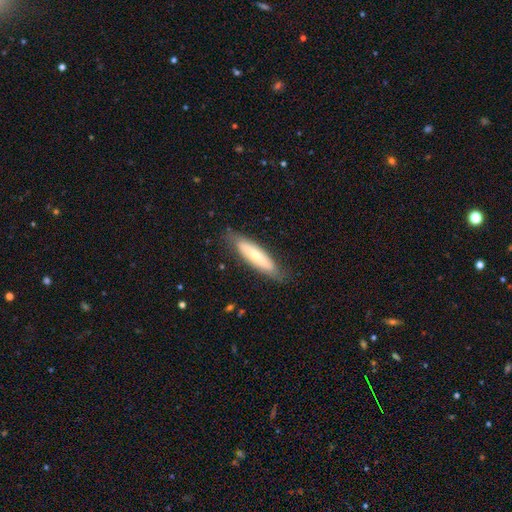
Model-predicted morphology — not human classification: Smooth or featured? smooth (58%)
How rounded? cigar-shaped (70%)
Merging? none (78%)